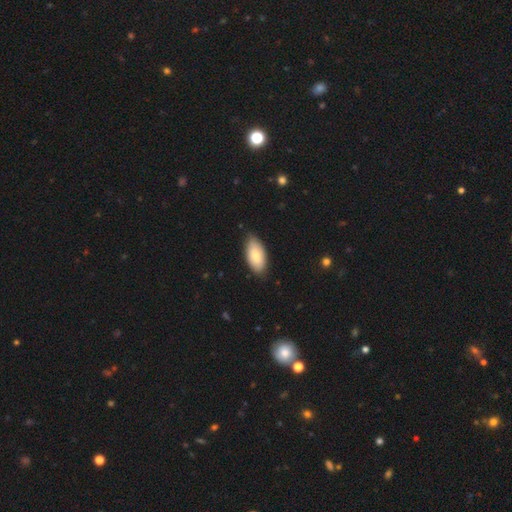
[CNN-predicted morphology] smooth_or_featured: smooth (p=0.81) [alt: featured or disk p=0.14]
how_rounded: in between (p=0.94) [alt: cigar-shaped p=0.04]
merging: none (p=0.80) [alt: minor disturbance p=0.17]